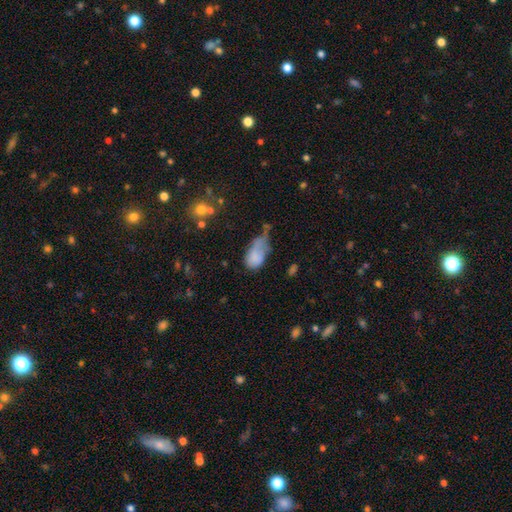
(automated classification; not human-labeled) The model was most divided on "merging": major disturbance: 38%, minor disturbance: 33%, none: 18%, merger: 11%. More confident: how rounded — in between (90%); smooth or featured — smooth (74%).